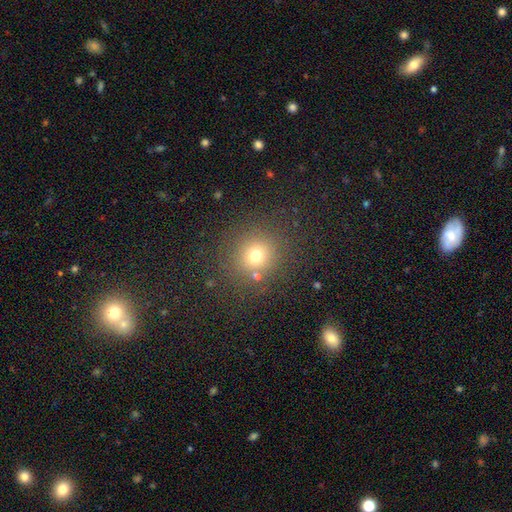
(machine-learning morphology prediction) smooth_or_featured: smooth (p=0.70) [alt: star or artifact p=0.20]
how_rounded: round (p=0.89) [alt: in between p=0.10]
merging: none (p=0.81) [alt: minor disturbance p=0.09]